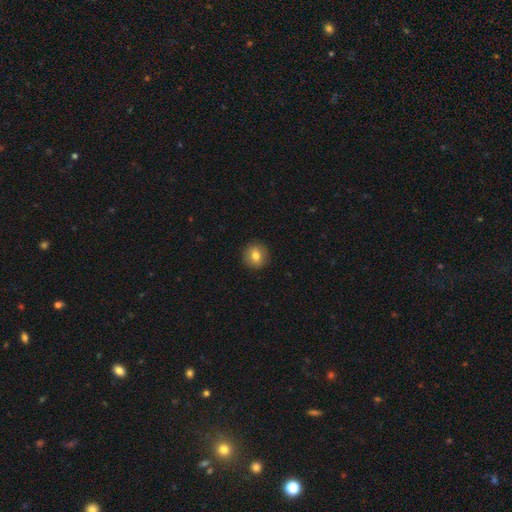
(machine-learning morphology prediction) Smooth or featured? Predicted: smooth (p=0.79). How rounded? Predicted: round (p=0.90). Merging? Predicted: none (p=0.92).